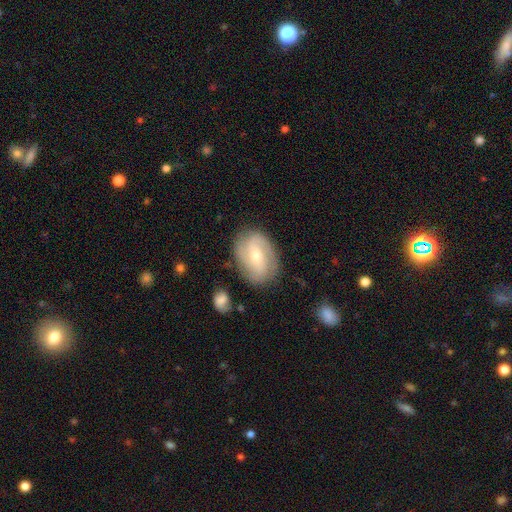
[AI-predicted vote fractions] smooth-or-featured: featured or disk: 75% | smooth: 19% | star or artifact: 7%
  disk-edge-on: no: 96% | yes: 4%
    bar: no: 43% | weak: 41% | strong: 16%
    has-spiral-arms: yes: 92% | no: 8%
      spiral-winding: medium: 41% | tight: 39% | loose: 20%
      spiral-arm-count: 2: 53% | 3: 18% | can't tell: 18% | 4: 4% | 1: 4% | more than 4: 3%
    bulge-size: small: 56% | moderate: 40% | large: 1% | none: 1% | dominant: 1%
  merging: none: 79% | minor disturbance: 15% | major disturbance: 4% | merger: 2%